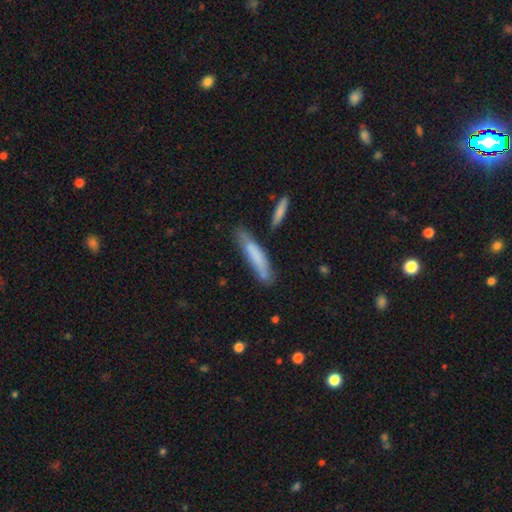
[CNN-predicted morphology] Q: Smooth or featured?
A: smooth (69%); runner-up: featured or disk (24%)
Q: How rounded?
A: cigar-shaped (84%); runner-up: in between (15%)
Q: Merging?
A: none (60%); runner-up: minor disturbance (24%)